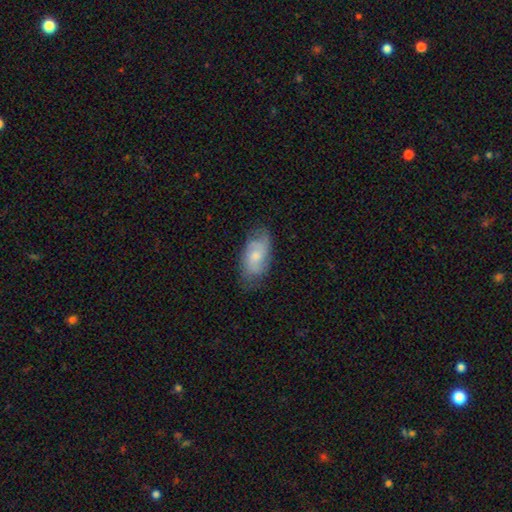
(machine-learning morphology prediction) This appears to be a featured or disk galaxy (50%). Merging: none (67%).